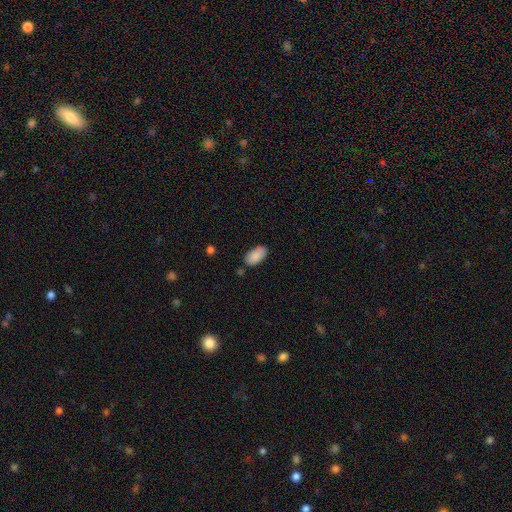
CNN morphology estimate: Q: Smooth or featured?
A: smooth (88%); runner-up: star or artifact (7%)
Q: How rounded?
A: in between (95%); runner-up: cigar-shaped (3%)
Q: Merging?
A: none (79%); runner-up: minor disturbance (15%)